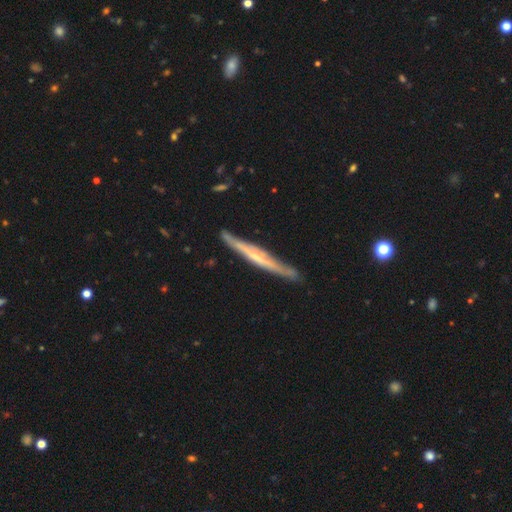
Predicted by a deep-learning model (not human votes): Morphology: type=featured or disk (72%); edge-on=yes (95%); edge-on bulge=rounded (51%); merging=none (85%).